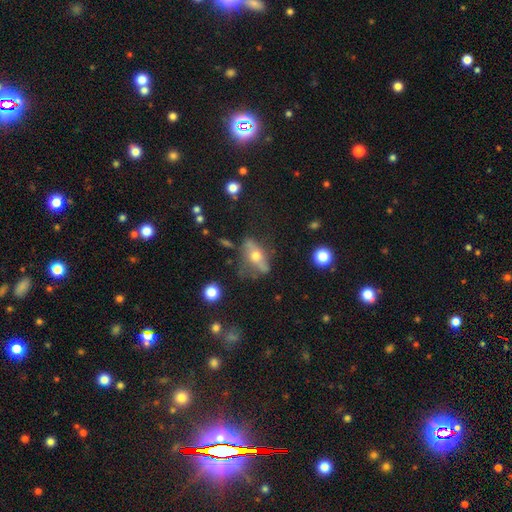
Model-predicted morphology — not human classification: Smooth or featured? featured or disk (55%)
Edge-on disk? yes (51%)
Merging? none (56%)